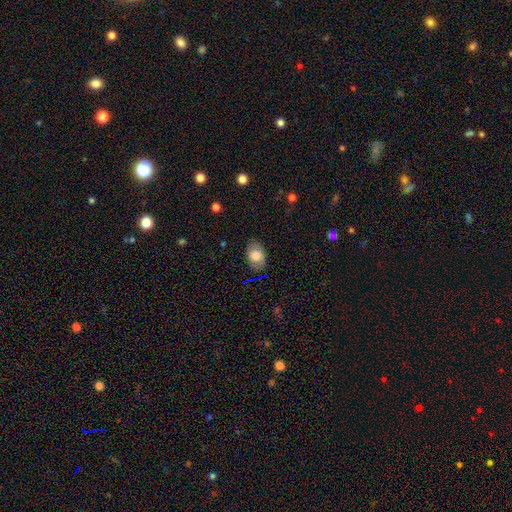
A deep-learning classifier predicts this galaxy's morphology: This is likely a smooth galaxy (74%). How rounded: clearly in between (87%). Merging: clearly none (80%).